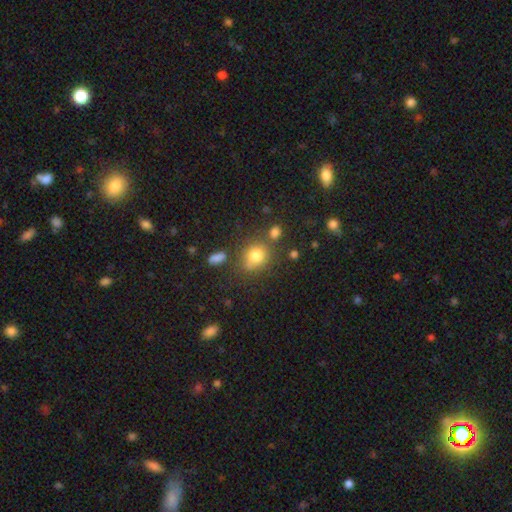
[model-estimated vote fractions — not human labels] This is likely a smooth galaxy (78%). How rounded: likely round (64%). Merging: likely none (65%).